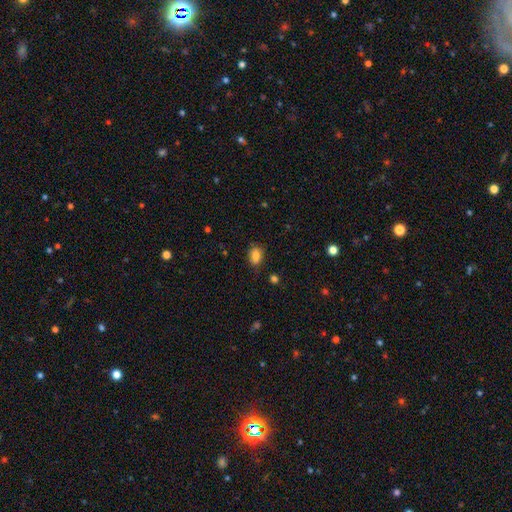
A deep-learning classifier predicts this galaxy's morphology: This is clearly a smooth galaxy (84%). How rounded: likely in between (77%). Merging: likely none (78%).